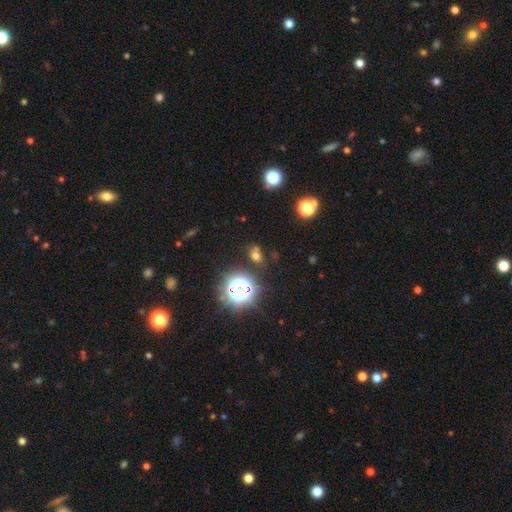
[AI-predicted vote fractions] This is possibly a smooth galaxy (52%). How rounded: possibly in between (53%). Merging: likely none (65%).